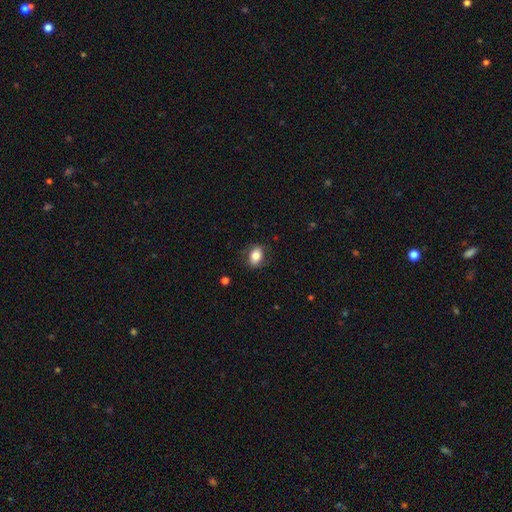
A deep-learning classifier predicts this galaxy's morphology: This is clearly a smooth galaxy (80%). How rounded: clearly in between (83%). Merging: clearly none (81%).